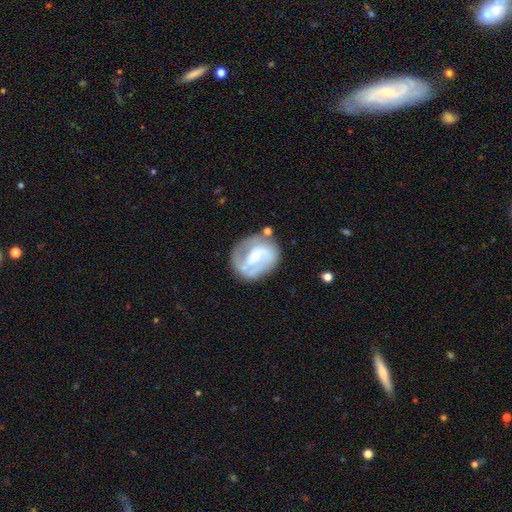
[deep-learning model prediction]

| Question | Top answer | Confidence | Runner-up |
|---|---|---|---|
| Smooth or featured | featured or disk | 80% | smooth (15%) |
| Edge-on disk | no | 97% | yes (3%) |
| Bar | weak | 47% | no (29%) |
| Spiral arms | yes | 90% | no (10%) |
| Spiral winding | medium | 45% | tight (37%) |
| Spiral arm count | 2 | 66% | can't tell (12%) |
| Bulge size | small | 52% | moderate (39%) |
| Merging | none | 65% | minor disturbance (20%) |